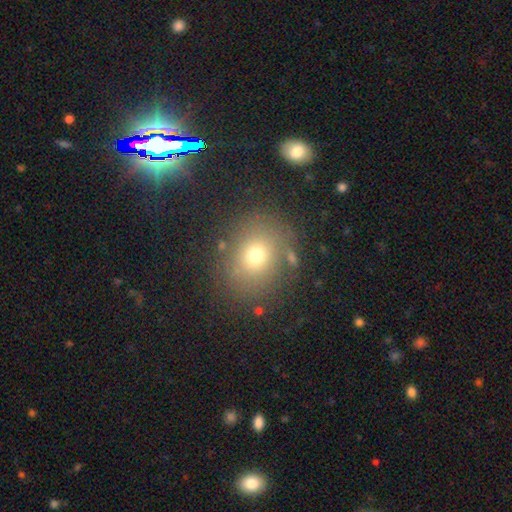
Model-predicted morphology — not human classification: This is likely a smooth galaxy (69%). How rounded: likely round (68%). Merging: likely none (79%).